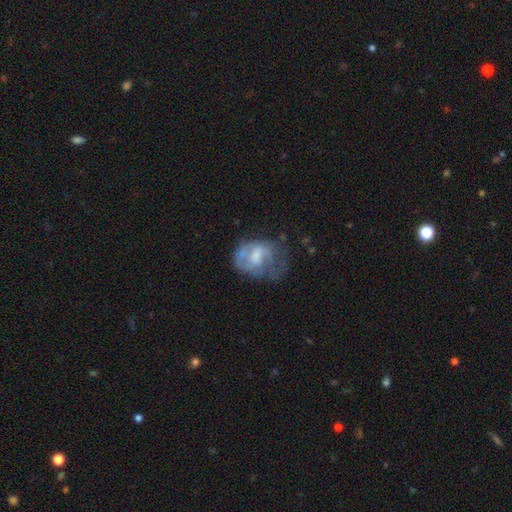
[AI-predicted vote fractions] Smooth or featured? Predicted: featured or disk (p=0.57). Edge-on disk? Predicted: no (p=0.97). Bar? Predicted: no (p=0.51). Spiral arms? Predicted: yes (p=0.55). Bulge size? Predicted: moderate (p=0.43). Merging? Predicted: major disturbance (p=0.35).